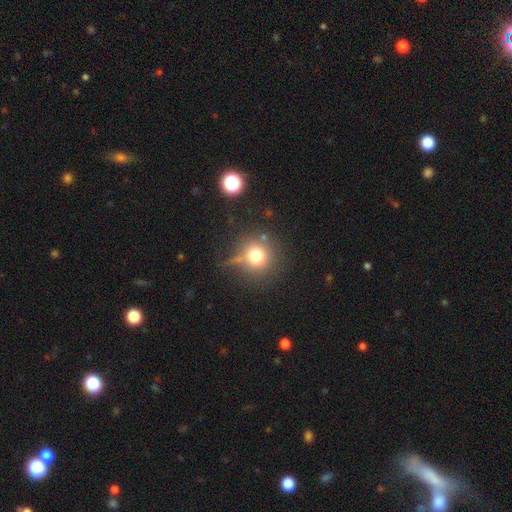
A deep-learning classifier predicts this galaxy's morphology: smooth 73%, star or artifact 15%, featured or disk 12%. Down the decision tree: how rounded — round (91%); merging — none (69%).